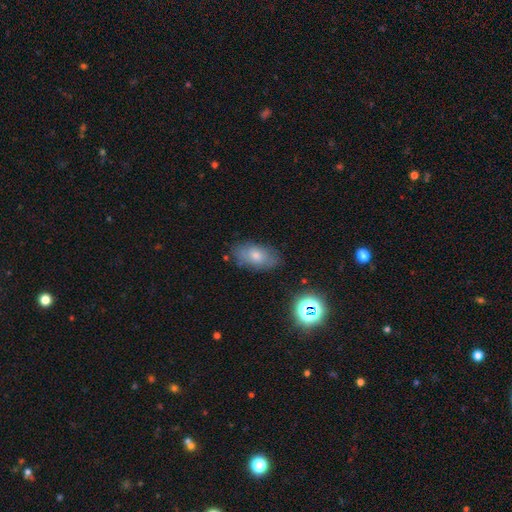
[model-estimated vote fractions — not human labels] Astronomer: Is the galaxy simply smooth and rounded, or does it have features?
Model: smooth — 73%.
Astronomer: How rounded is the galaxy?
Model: in between — 91%.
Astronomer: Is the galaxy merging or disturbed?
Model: none — 79%.